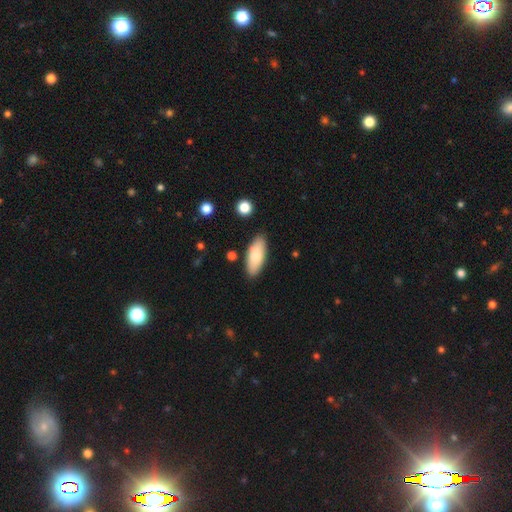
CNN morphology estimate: Overall: smooth (76%). How rounded: in between (81%). Merging: none (85%).